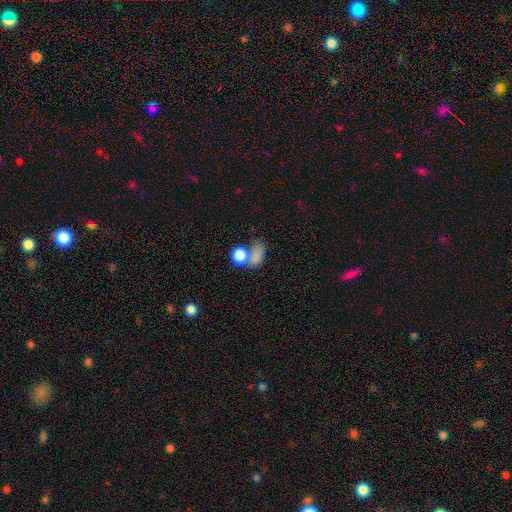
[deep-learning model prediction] This is likely a smooth galaxy (78%). How rounded: likely in between (65%). Merging: marginally merger (45%).